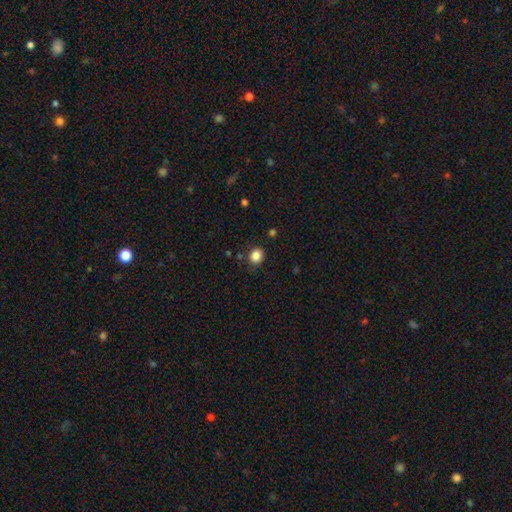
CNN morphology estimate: type=smooth (85%); roundness=round (78%); merging=none (85%).